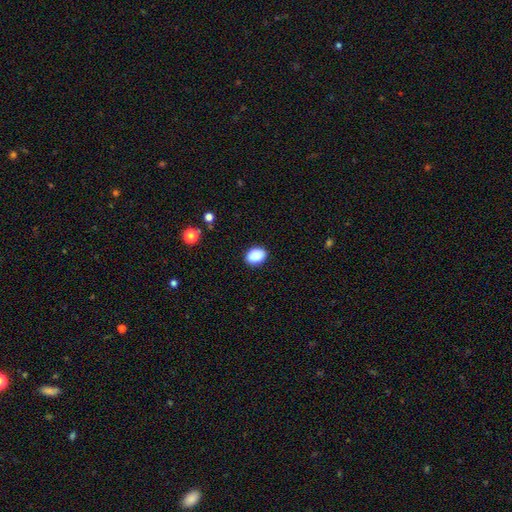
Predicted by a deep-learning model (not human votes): This is clearly a smooth galaxy (89%). How rounded: likely in between (74%). Merging: clearly none (89%).